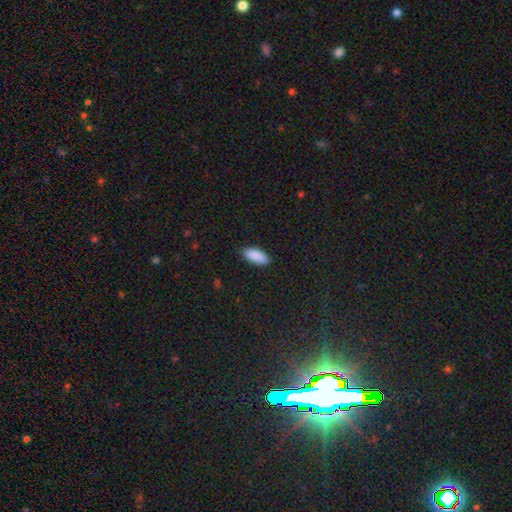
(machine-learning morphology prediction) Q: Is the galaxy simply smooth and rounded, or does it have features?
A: smooth — 90%.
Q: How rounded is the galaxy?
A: in between — 86%.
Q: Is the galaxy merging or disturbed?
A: none — 87%.